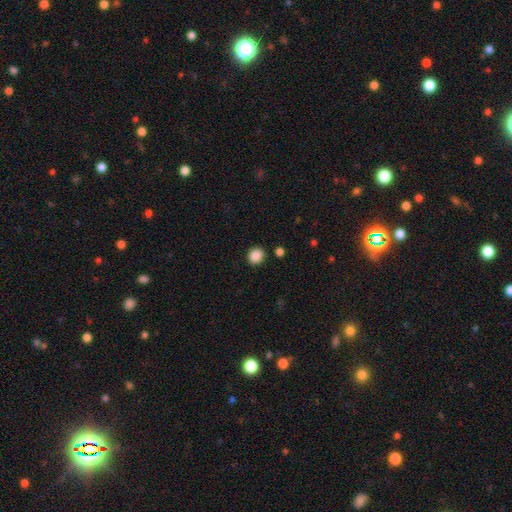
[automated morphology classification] This is clearly a smooth galaxy (88%). How rounded: clearly round (83%). Merging: clearly none (89%).